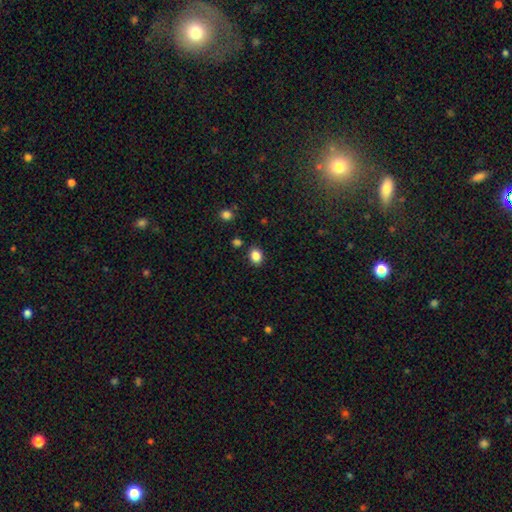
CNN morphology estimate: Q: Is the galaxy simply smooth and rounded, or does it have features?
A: smooth — 86%.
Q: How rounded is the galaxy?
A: in between — 53%.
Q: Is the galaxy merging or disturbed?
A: none — 86%.